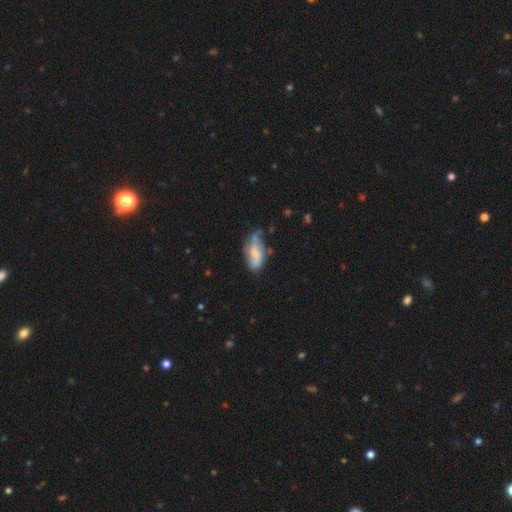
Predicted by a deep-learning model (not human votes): smooth-or-featured: smooth: 52% | featured or disk: 40% | star or artifact: 8%
  how-rounded: in between: 87% | cigar-shaped: 10% | round: 3%
  merging: none: 37% | minor disturbance: 36% | major disturbance: 18% | merger: 9%